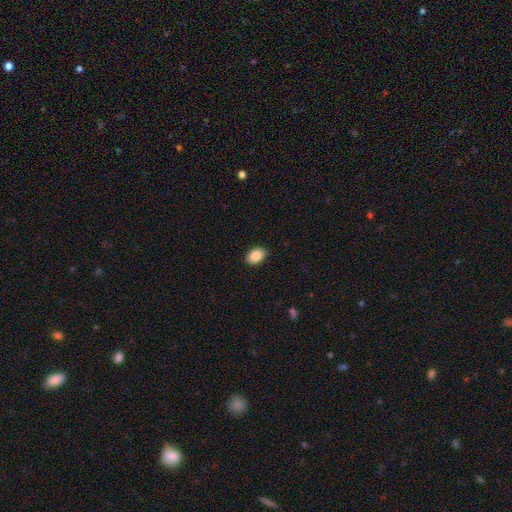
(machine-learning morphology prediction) smooth 88%, star or artifact 7%, featured or disk 5%. Down the decision tree: how rounded — in between (88%); merging — none (89%).